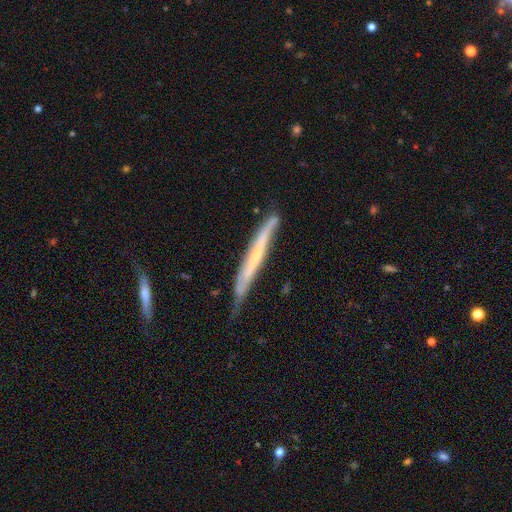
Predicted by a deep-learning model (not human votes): Smooth or featured: featured or disk — 63% (smooth — 32%)
Edge-on disk: yes — 87% (no — 13%)
Edge-on bulge: none — 70% (rounded — 21%)
Merging: none — 57% (minor disturbance — 33%)